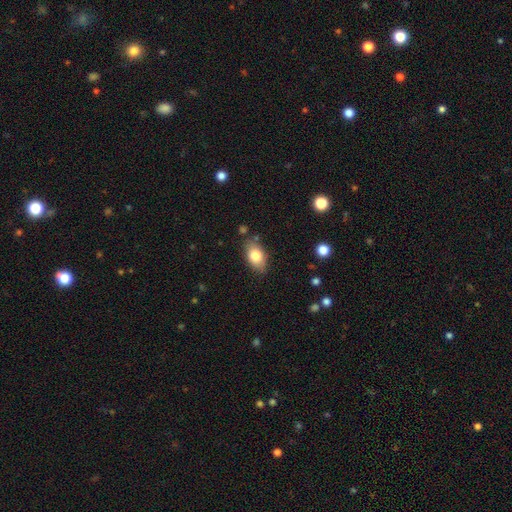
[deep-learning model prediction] smooth_or_featured: smooth (p=0.80) [alt: featured or disk p=0.13]
how_rounded: in between (p=0.88) [alt: round p=0.09]
merging: none (p=0.80) [alt: minor disturbance p=0.15]